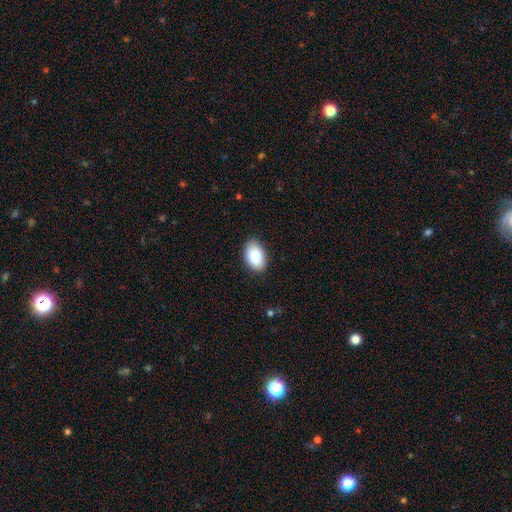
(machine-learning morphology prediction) This is clearly a smooth galaxy (84%). How rounded: clearly in between (91%). Merging: clearly none (87%).